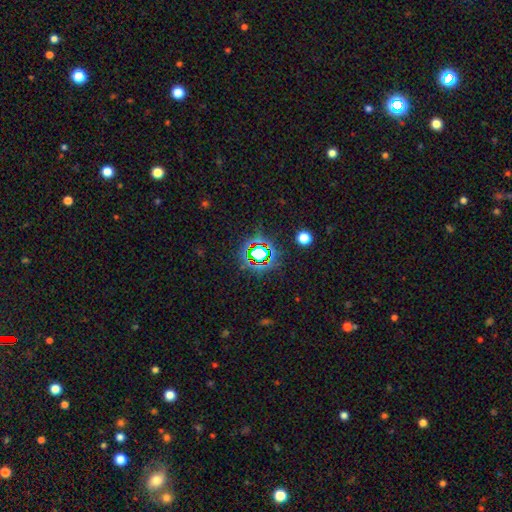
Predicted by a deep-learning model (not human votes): A star or artifact, not a galaxy (71%).

Vote fractions:
- Smooth or featured? star or artifact: 71% / smooth: 18% / featured or disk: 11%